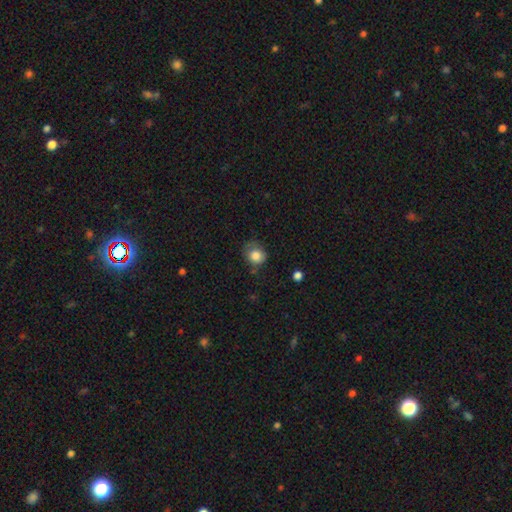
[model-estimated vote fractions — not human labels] This is clearly a smooth galaxy (83%). How rounded: likely round (73%). Merging: possibly none (51%).